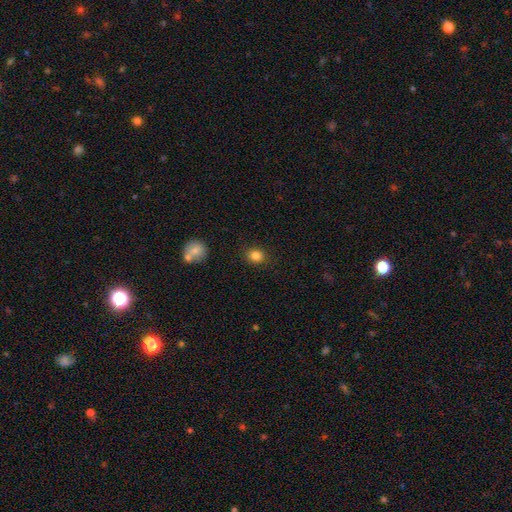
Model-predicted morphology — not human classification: Overall: smooth (84%). How rounded: round (71%). Merging: none (88%).